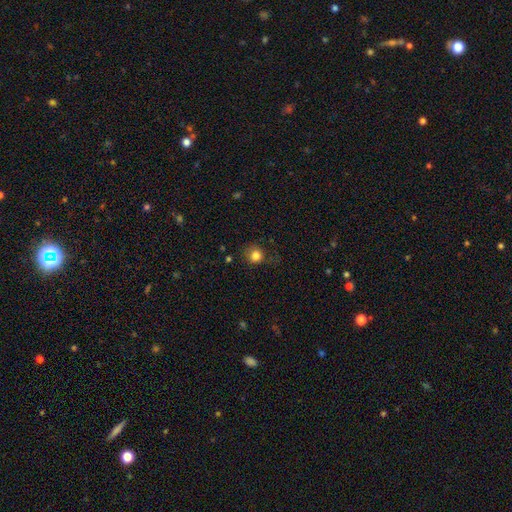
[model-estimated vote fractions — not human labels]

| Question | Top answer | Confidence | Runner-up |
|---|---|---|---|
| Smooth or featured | smooth | 82% | star or artifact (12%) |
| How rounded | round | 87% | in between (12%) |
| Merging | none | 74% | minor disturbance (18%) |